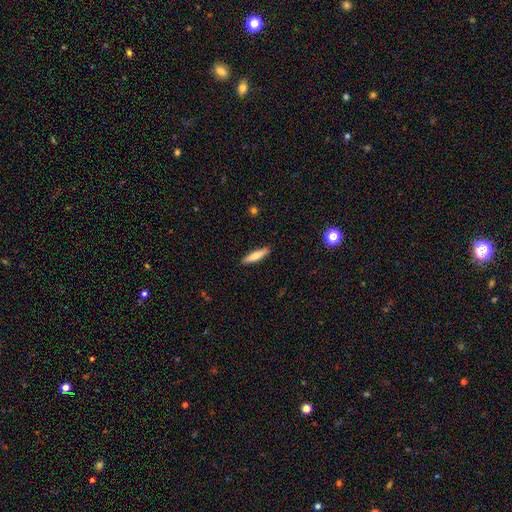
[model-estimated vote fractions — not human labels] smooth_or_featured: smooth (p=0.68) [alt: featured or disk p=0.26]
how_rounded: cigar-shaped (p=0.83) [alt: in between p=0.16]
merging: none (p=0.89) [alt: minor disturbance p=0.08]